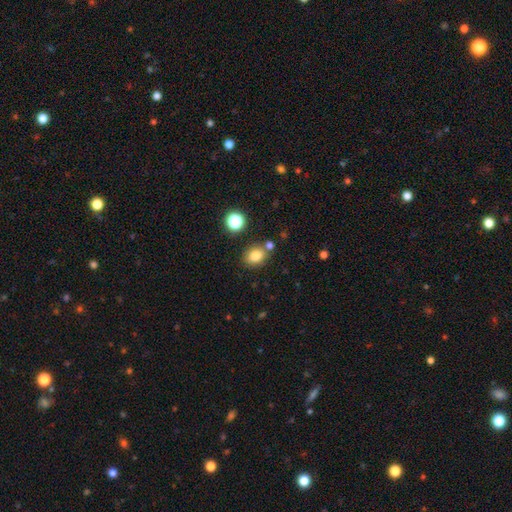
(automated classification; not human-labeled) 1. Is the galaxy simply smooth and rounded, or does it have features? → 81% smooth, 12% star or artifact, 7% featured or disk.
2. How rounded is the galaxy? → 56% in between, 43% round, 1% cigar-shaped.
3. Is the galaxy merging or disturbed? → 74% none, 11% minor disturbance, 11% merger, 3% major disturbance.